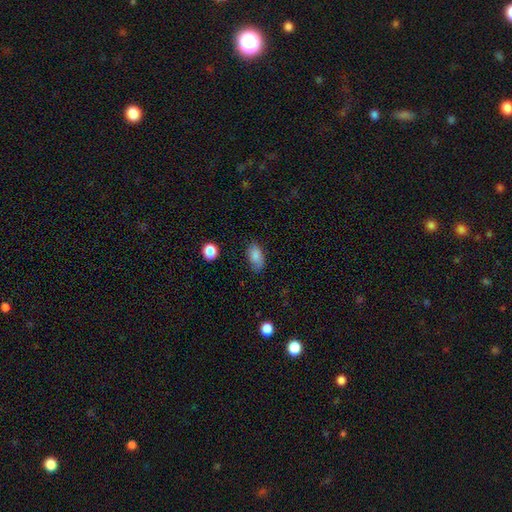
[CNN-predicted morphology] Smooth or featured: smooth — 85% (star or artifact — 8%)
How rounded: in between — 91% (round — 6%)
Merging: none — 76% (minor disturbance — 18%)